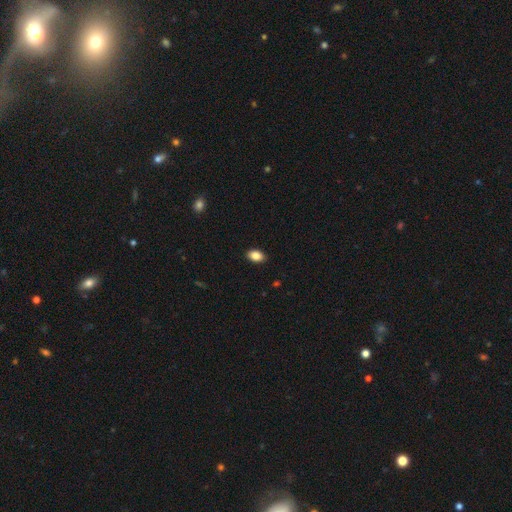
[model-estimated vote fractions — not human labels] The model was most divided on "how rounded": in between: 89%, round: 10%, cigar-shaped: 1%. More confident: merging — none (90%); smooth or featured — smooth (87%).